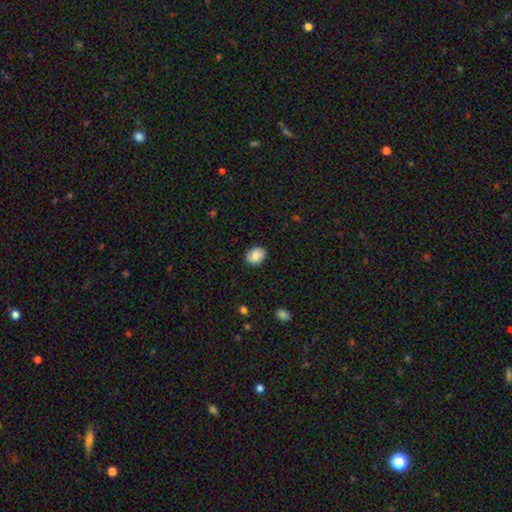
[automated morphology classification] smooth-or-featured: smooth: 82% | featured or disk: 10% | star or artifact: 8%
  how-rounded: in between: 55% | round: 44% | cigar-shaped: 1%
  merging: none: 83% | minor disturbance: 13% | major disturbance: 3% | merger: 1%